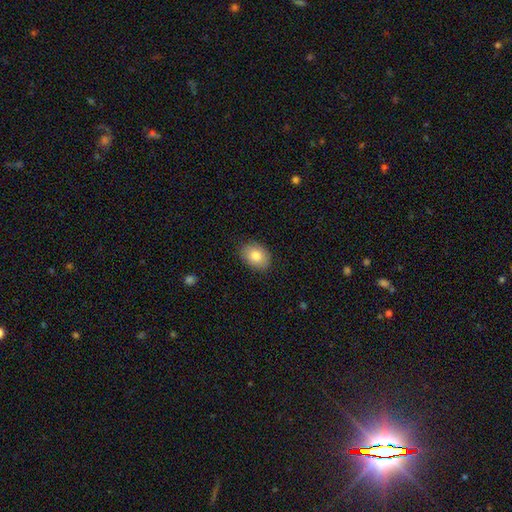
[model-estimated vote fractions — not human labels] smooth 82%, featured or disk 10%, star or artifact 7%. Down the decision tree: how rounded — in between (70%); merging — none (86%).